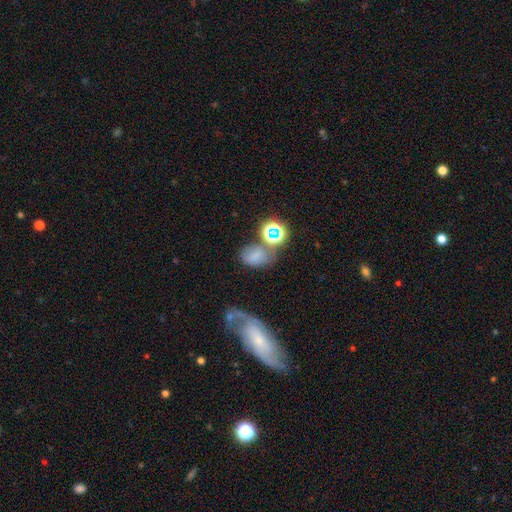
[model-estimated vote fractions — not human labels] smooth 61%, star or artifact 21%, featured or disk 17%. Down the decision tree: how rounded — in between (74%); merging — none (44%).